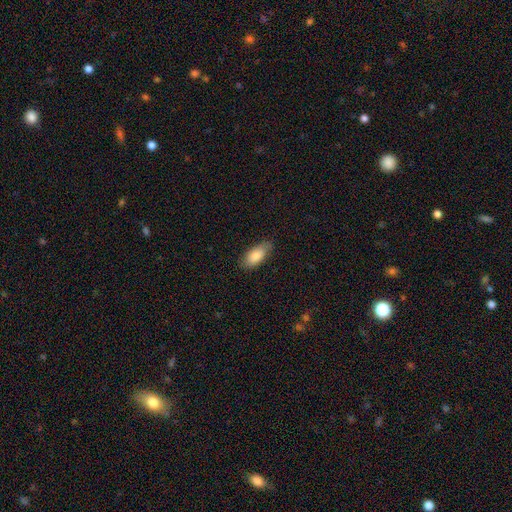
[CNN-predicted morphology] This is clearly a smooth galaxy (82%). How rounded: clearly in between (89%). Merging: likely none (78%).